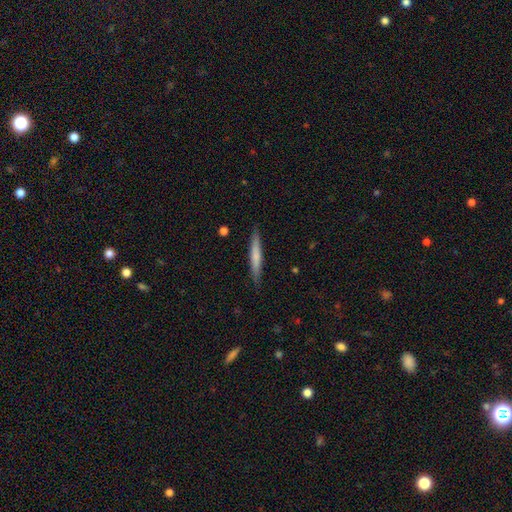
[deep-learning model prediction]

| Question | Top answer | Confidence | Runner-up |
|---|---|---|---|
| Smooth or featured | smooth | 66% | featured or disk (29%) |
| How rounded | cigar-shaped | 95% | in between (4%) |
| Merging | none | 88% | minor disturbance (9%) |